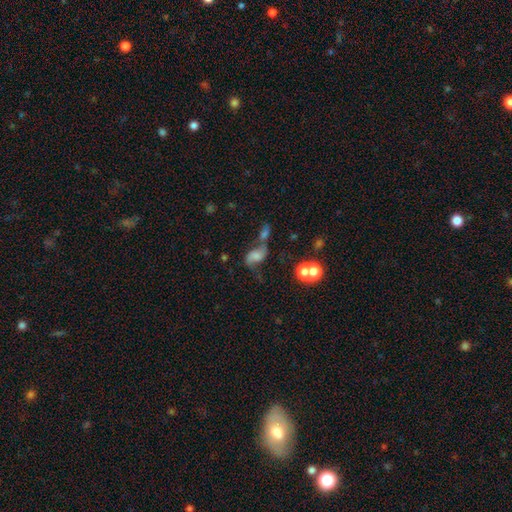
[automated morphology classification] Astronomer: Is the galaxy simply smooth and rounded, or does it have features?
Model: featured or disk — 54% (runner-up: smooth, 32%).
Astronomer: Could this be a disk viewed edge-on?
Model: no — 96%.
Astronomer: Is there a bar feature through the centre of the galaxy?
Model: no — 61%.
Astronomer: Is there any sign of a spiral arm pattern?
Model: yes — 85%.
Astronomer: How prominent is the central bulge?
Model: none — 29% (runner-up: moderate, 27%).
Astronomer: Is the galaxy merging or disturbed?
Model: none — 34%, tied with merger at 34%.